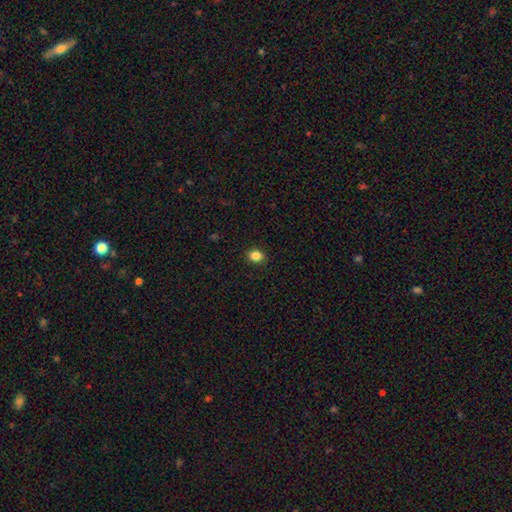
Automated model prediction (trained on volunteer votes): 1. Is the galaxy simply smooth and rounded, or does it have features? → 85% smooth, 11% star or artifact, 4% featured or disk.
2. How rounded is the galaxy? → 52% round, 47% in between, 1% cigar-shaped.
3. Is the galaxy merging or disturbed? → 91% none, 6% minor disturbance, 2% major disturbance, 1% merger.